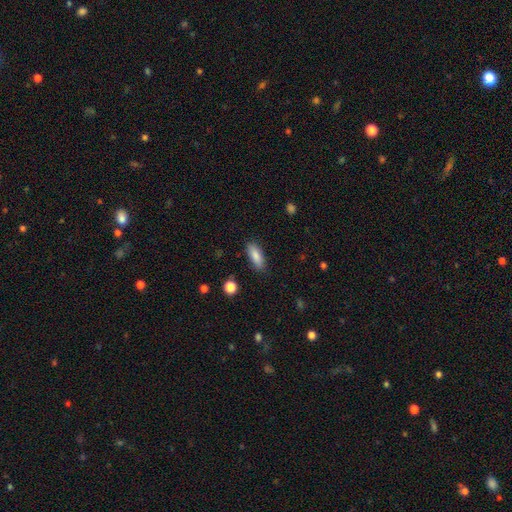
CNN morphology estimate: A smooth galaxy with no disk features (86%) that is in between round and cigar-shaped (70%).

Vote fractions:
- Smooth or featured? smooth: 86% / star or artifact: 7% / featured or disk: 7%
- How rounded? in between: 70% / cigar-shaped: 28% / round: 2%
- Merging? none: 86% / minor disturbance: 10% / major disturbance: 3% / merger: 1%